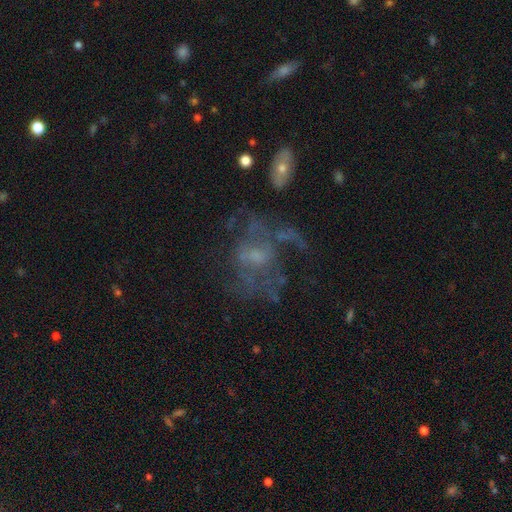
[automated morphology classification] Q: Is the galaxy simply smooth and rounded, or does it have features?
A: featured or disk — 64%.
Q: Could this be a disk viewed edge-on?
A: no — 97%.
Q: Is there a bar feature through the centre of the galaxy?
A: no — 69%.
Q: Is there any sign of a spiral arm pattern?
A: no — 56%.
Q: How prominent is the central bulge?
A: small — 42%.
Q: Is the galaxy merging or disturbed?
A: none — 39%.